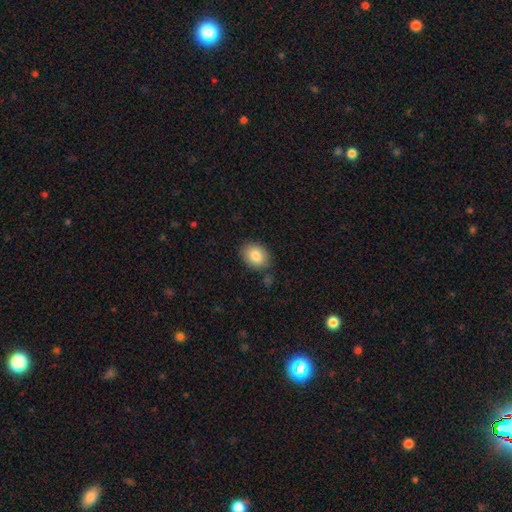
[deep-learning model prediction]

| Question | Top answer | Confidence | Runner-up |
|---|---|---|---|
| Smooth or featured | smooth | 84% | featured or disk (8%) |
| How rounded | in between | 64% | round (35%) |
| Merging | none | 83% | minor disturbance (11%) |